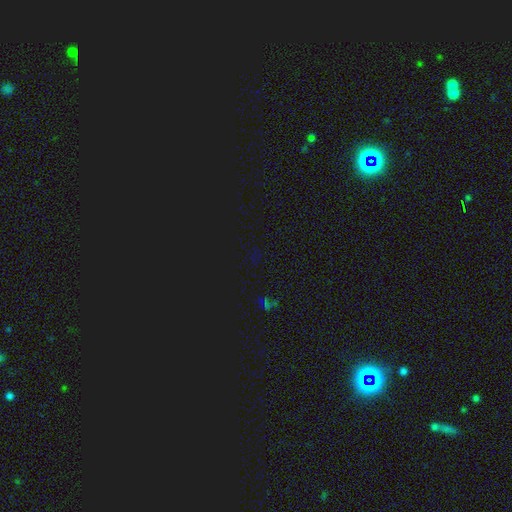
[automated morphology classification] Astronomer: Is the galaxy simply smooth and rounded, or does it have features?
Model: star or artifact — 78%.